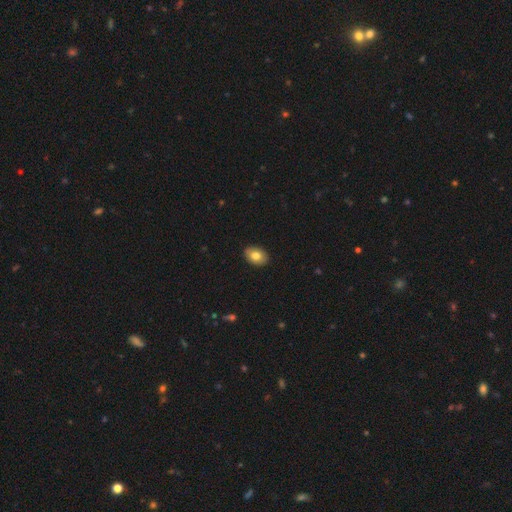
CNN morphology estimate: Q: Smooth or featured?
A: smooth (80%); runner-up: featured or disk (13%)
Q: How rounded?
A: in between (82%); runner-up: round (17%)
Q: Merging?
A: none (89%); runner-up: minor disturbance (8%)